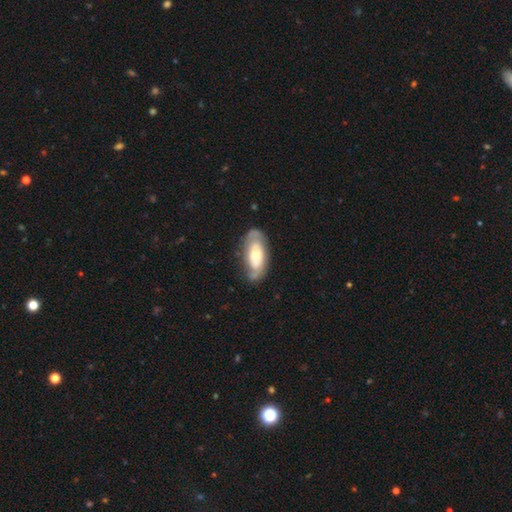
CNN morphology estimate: smooth-or-featured: featured or disk: 59% | smooth: 36% | star or artifact: 5%
  disk-edge-on: no: 88% | yes: 12%
    bar: no: 74% | weak: 19% | strong: 7%
    has-spiral-arms: yes: 64% | no: 36%
    bulge-size: moderate: 56% | small: 23% | large: 17% | dominant: 2% | none: 2%
  merging: none: 72% | minor disturbance: 20% | major disturbance: 7% | merger: 2%